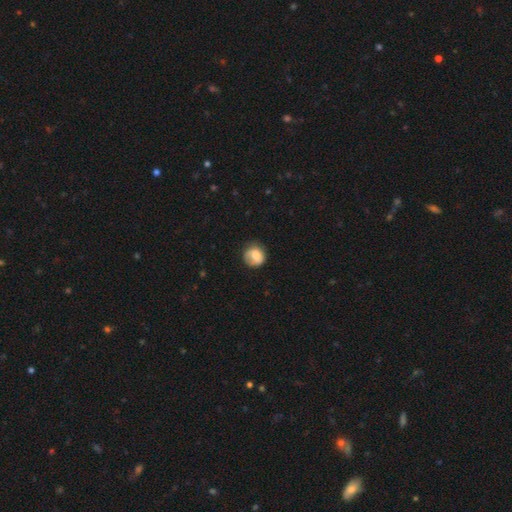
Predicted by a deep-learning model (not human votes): This appears to be a smooth galaxy with no disk features (74%) that is round (86%). Merging: none (66%).